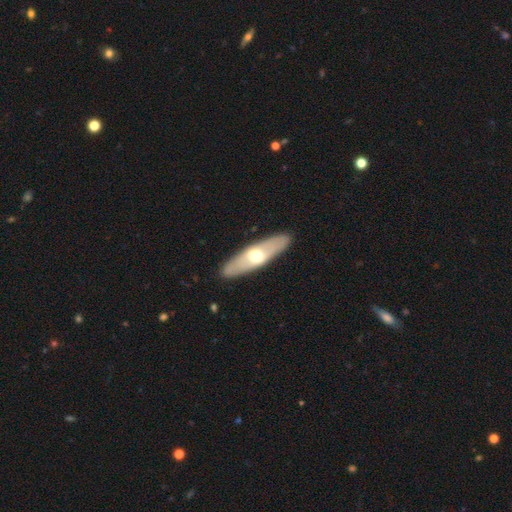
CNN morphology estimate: The model was most divided on "edge-on disk": yes: 54%, no: 46%. More confident: merging — none (89%); smooth or featured — featured or disk (52%).